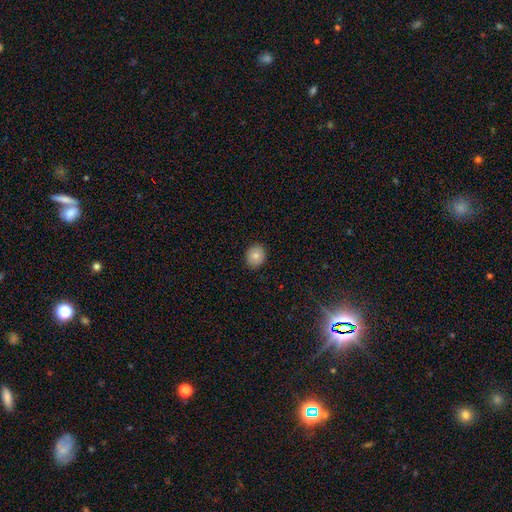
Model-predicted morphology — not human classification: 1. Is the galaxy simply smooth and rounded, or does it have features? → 82% smooth, 9% featured or disk, 9% star or artifact.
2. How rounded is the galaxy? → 68% round, 31% in between, 1% cigar-shaped.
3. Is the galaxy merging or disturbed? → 90% none, 8% minor disturbance, 2% major disturbance, 1% merger.